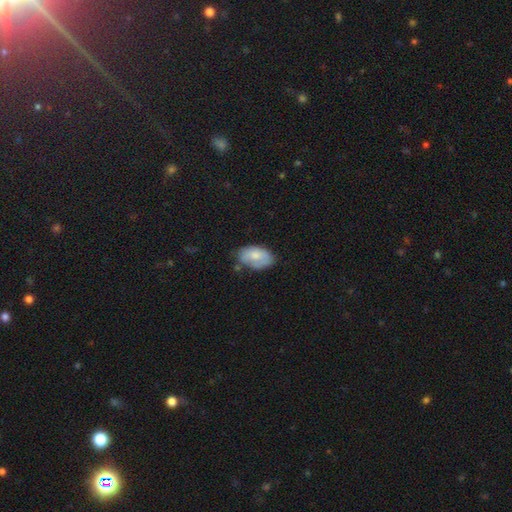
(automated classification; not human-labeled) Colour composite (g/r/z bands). It shows a smooth galaxy with no disk features (70%) that is in between round and cigar-shaped (92%). Merging: none (57%).